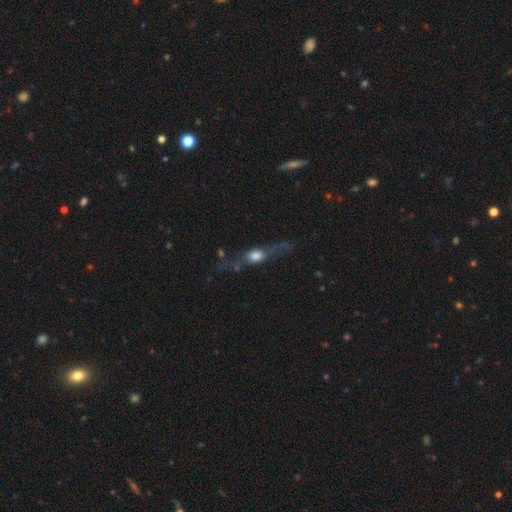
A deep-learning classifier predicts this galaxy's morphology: Smooth or featured: featured or disk — 60% (smooth — 30%)
Edge-on disk: yes — 79% (no — 21%)
Merging: none — 62% (minor disturbance — 18%)